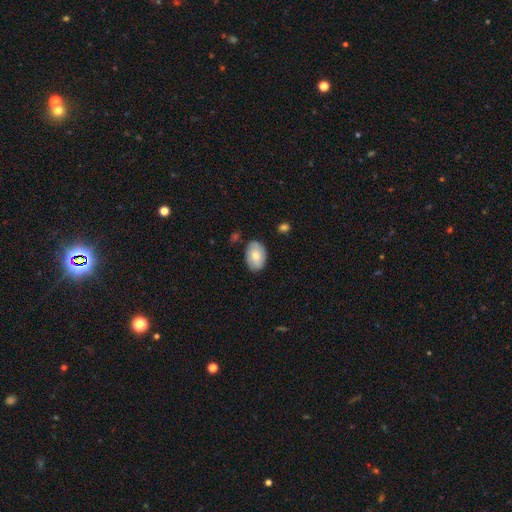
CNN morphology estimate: Smooth or featured?
  - smooth: 74% *
  - featured or disk: 20%
  - star or artifact: 6%
How rounded?
  - in between: 86% *
  - round: 13%
  - cigar-shaped: 1%
Merging?
  - none: 80% *
  - minor disturbance: 15%
  - major disturbance: 3%
  - merger: 2%